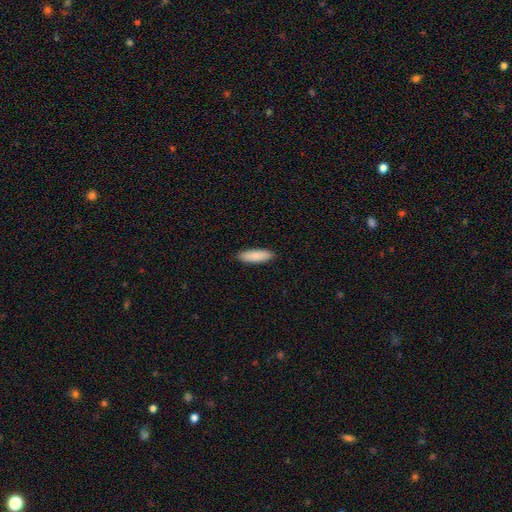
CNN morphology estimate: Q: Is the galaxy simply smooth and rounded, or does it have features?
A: smooth — 88%.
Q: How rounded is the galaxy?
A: cigar-shaped — 52%.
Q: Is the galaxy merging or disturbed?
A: none — 90%.